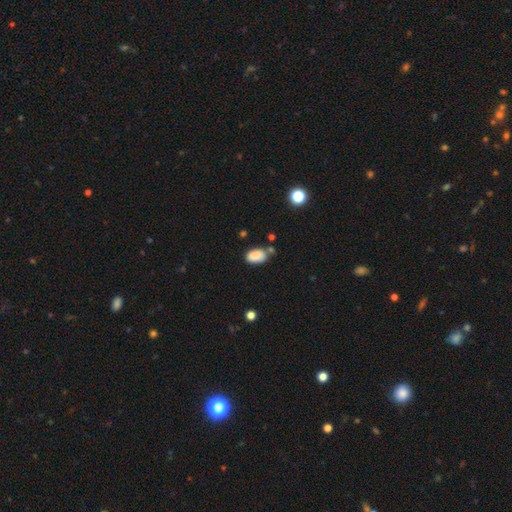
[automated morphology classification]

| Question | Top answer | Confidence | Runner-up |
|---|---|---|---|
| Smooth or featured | smooth | 87% | star or artifact (8%) |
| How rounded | in between | 91% | round (8%) |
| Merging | none | 68% | minor disturbance (18%) |